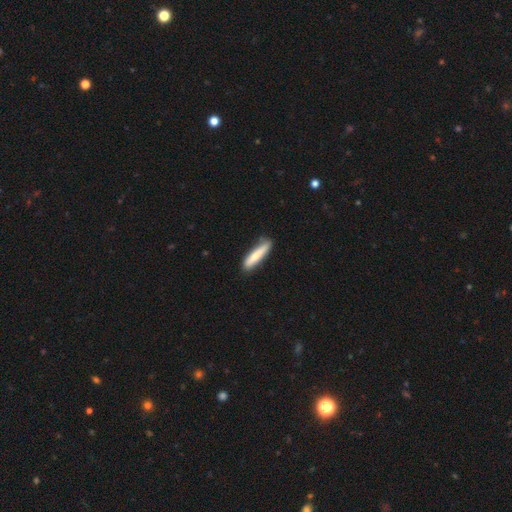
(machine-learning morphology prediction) Q: Smooth or featured?
A: smooth (75%); runner-up: featured or disk (20%)
Q: How rounded?
A: cigar-shaped (85%); runner-up: in between (13%)
Q: Merging?
A: none (79%); runner-up: minor disturbance (17%)